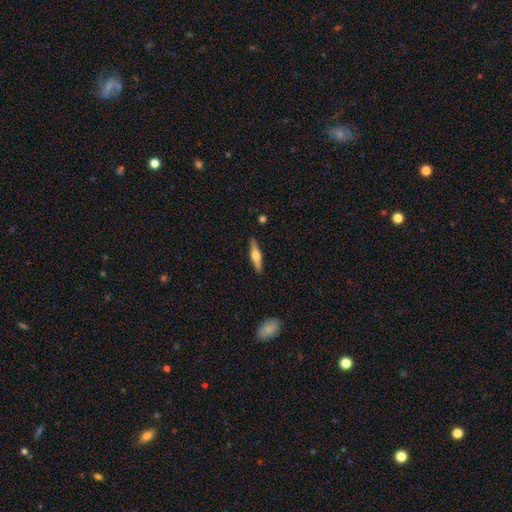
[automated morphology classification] This is likely a featured or disk galaxy (62%). It is clearly viewed edge-on (97%). Edge-on bulge: clearly rounded (93%). Merging: clearly none (90%).